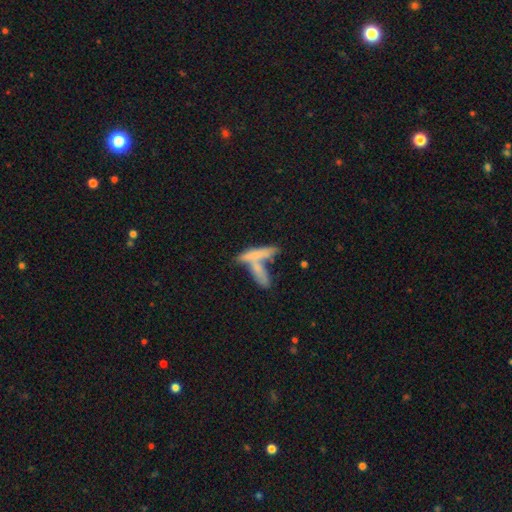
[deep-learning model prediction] smooth-or-featured: smooth: 64% | featured or disk: 28% | star or artifact: 8%
  how-rounded: cigar-shaped: 75% | in between: 23% | round: 2%
  merging: merger: 52% | none: 33% | minor disturbance: 9% | major disturbance: 5%